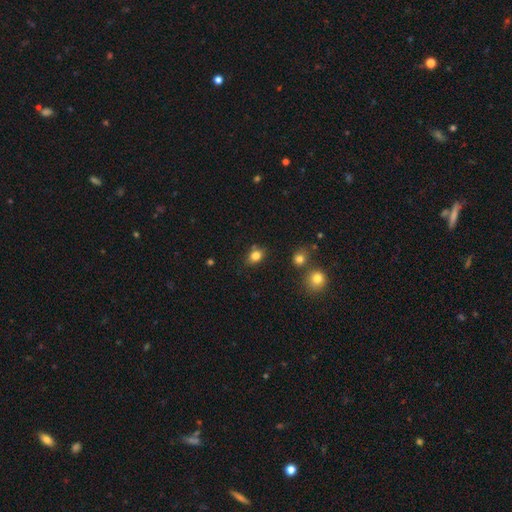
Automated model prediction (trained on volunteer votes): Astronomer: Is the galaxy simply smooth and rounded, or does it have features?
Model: smooth — 81%.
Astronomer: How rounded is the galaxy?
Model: in between — 65%.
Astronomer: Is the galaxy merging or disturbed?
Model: none — 76%.